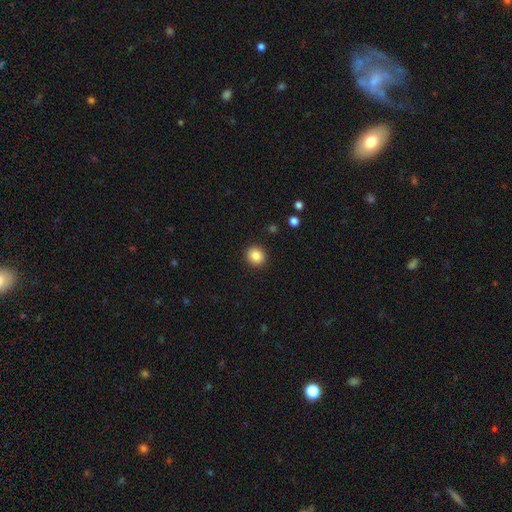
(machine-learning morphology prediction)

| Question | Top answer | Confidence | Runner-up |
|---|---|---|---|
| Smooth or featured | smooth | 86% | star or artifact (10%) |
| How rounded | round | 85% | in between (14%) |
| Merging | none | 91% | minor disturbance (6%) |